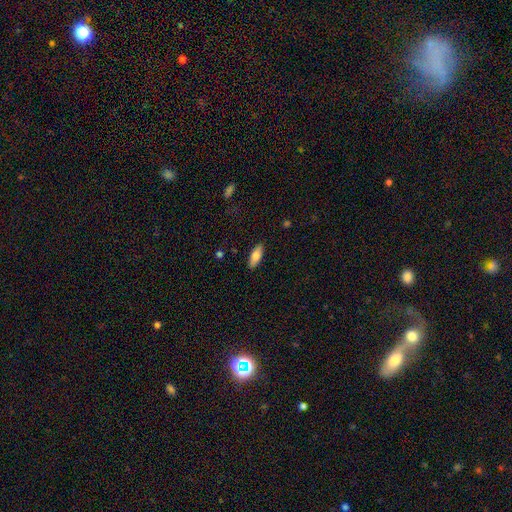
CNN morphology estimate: The model was most divided on "how rounded": in between: 75%, cigar-shaped: 23%, round: 2%. More confident: merging — none (88%); smooth or featured — smooth (80%).